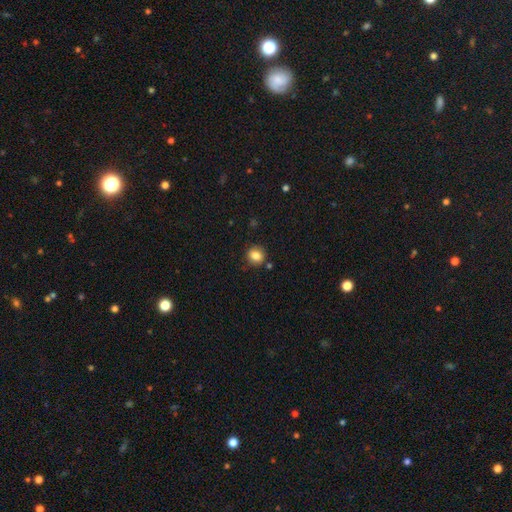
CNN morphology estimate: smooth 83%, star or artifact 10%, featured or disk 6%. Down the decision tree: how rounded — round (80%); merging — none (84%).